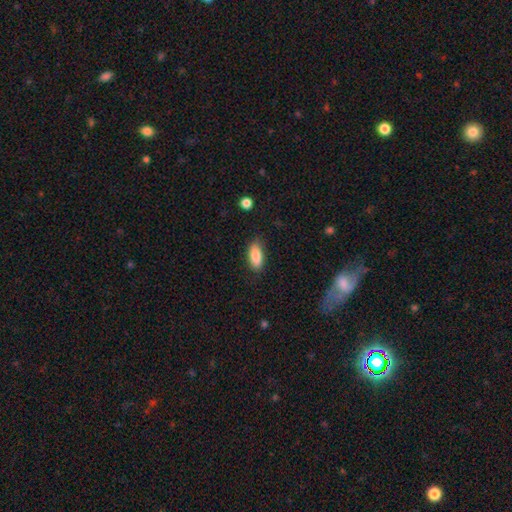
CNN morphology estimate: Smooth or featured?
  - smooth: 86% *
  - featured or disk: 8%
  - star or artifact: 7%
How rounded?
  - in between: 85% *
  - cigar-shaped: 12%
  - round: 3%
Merging?
  - none: 82% *
  - minor disturbance: 14%
  - major disturbance: 3%
  - merger: 1%